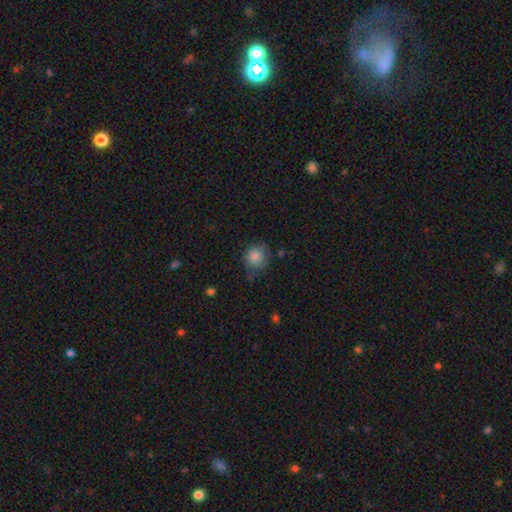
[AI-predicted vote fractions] The model was most divided on "merging": none: 60%, minor disturbance: 28%, major disturbance: 10%, merger: 2%. More confident: how rounded — round (82%); smooth or featured — smooth (82%).